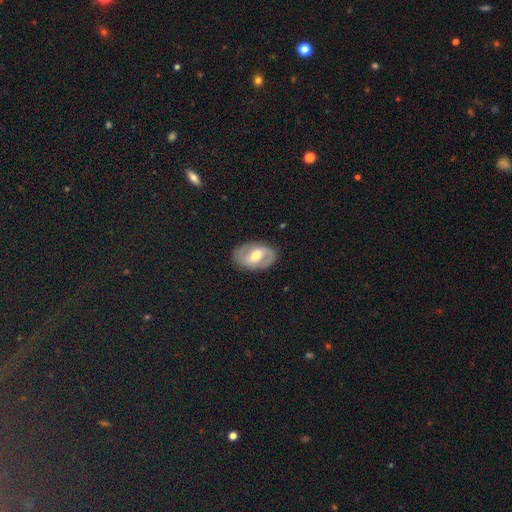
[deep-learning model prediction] Smooth or featured? featured or disk (74%)
Edge-on disk? no (95%)
Bar? weak (44%)
Spiral arms? yes (76%)
Spiral winding? medium (45%)
Spiral arm count? 2 (86%)
Bulge size? moderate (72%)
Merging? none (85%)